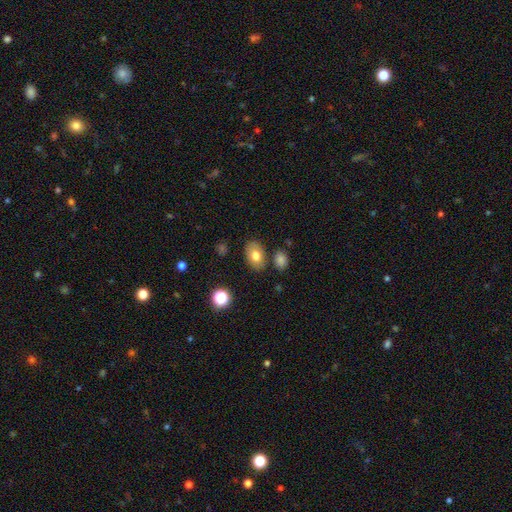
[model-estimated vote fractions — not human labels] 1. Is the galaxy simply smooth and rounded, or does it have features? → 75% smooth, 16% featured or disk, 9% star or artifact.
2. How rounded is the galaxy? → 86% in between, 13% round, 1% cigar-shaped.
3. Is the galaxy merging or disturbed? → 79% none, 12% minor disturbance, 6% merger, 3% major disturbance.